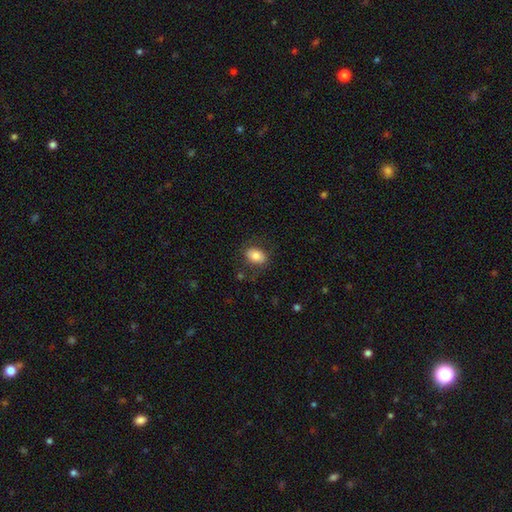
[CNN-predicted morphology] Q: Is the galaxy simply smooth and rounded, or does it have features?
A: smooth — 80%.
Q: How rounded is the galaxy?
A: in between — 81%.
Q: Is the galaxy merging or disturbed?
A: none — 76%.